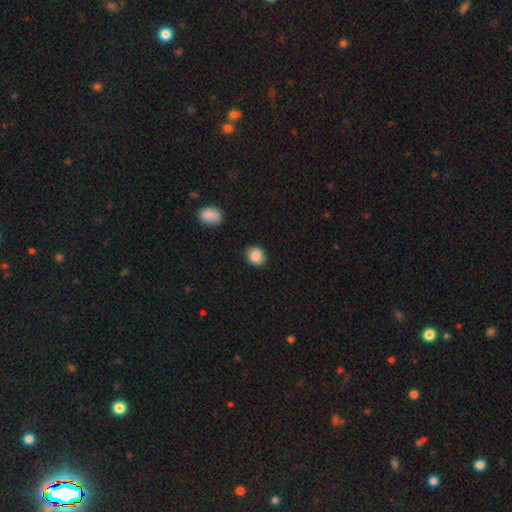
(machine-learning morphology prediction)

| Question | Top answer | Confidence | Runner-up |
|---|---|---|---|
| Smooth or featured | smooth | 86% | star or artifact (8%) |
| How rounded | round | 75% | in between (24%) |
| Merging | none | 87% | minor disturbance (9%) |